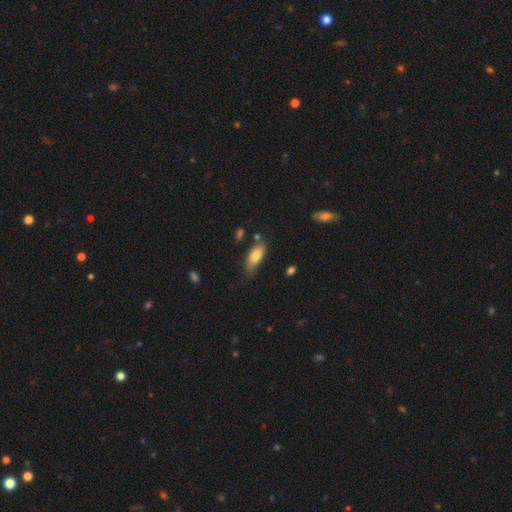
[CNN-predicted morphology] smooth 79%, featured or disk 14%, star or artifact 7%. Down the decision tree: how rounded — in between (83%); merging — none (66%).